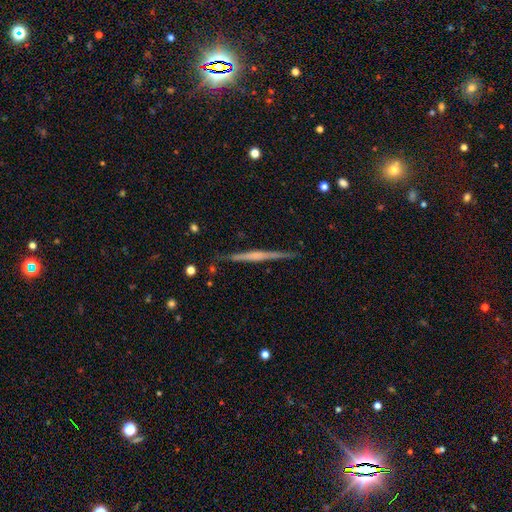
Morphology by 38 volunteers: smooth-or-featured: featured or disk: 71% | smooth: 21% | star or artifact: 8%
  disk-edge-on: yes: 100% | no: 0%
    edge-on-bulge: rounded: 52% | boxy: 30% | none: 19%
  merging: none: 80% | minor disturbance: 17% | major disturbance: 3% | merger: 0%